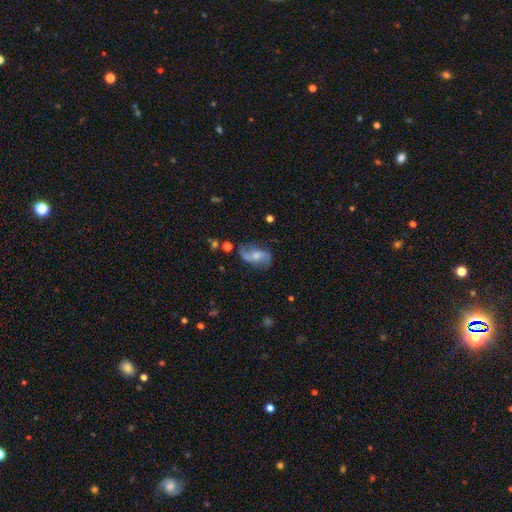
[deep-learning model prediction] Overall: featured or disk (61%; smooth 31%). Edge-on disk: no (95%). Bar: no (55%; weak 36%). Spiral arms: yes (86%). Bulge size: moderate (48%; small 33%). Merging: none (54%; minor disturbance 27%).